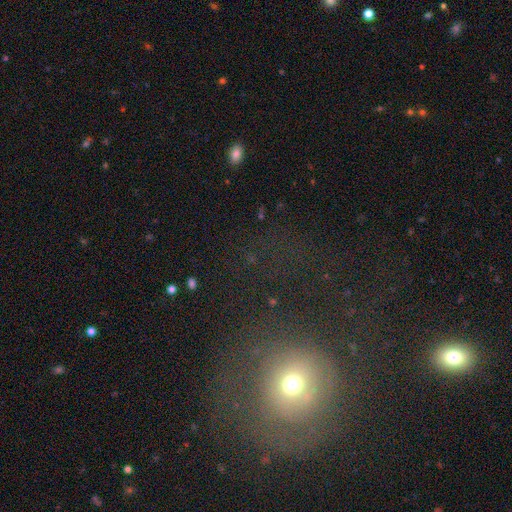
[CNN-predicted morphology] This appears to be a smooth galaxy with no disk features (48%). Merging: none (45%).